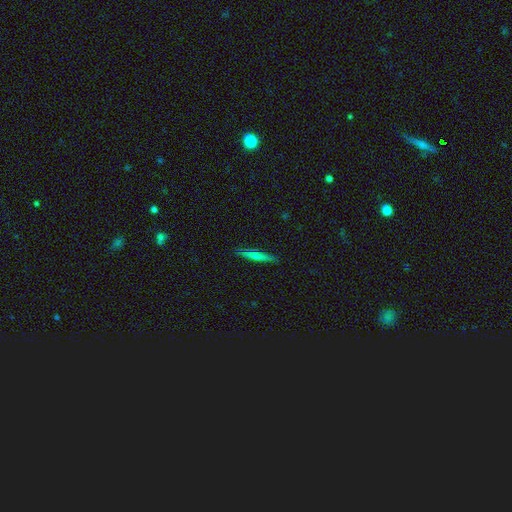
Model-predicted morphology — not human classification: Smooth or featured? smooth (63%)
How rounded? cigar-shaped (94%)
Merging? none (89%)